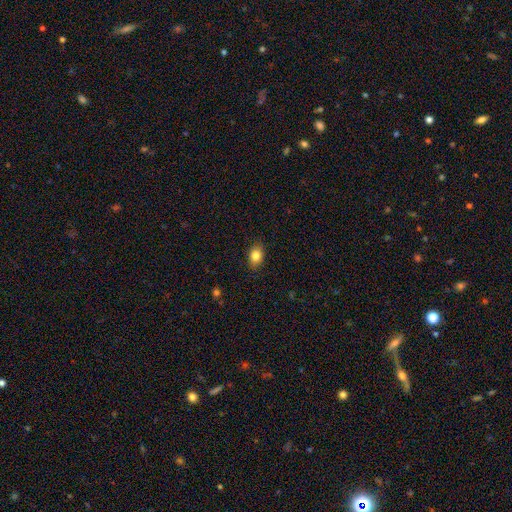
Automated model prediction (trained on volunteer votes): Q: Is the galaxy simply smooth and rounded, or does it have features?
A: smooth — 83%.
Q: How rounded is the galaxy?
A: in between — 72%.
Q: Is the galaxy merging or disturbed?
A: none — 87%.